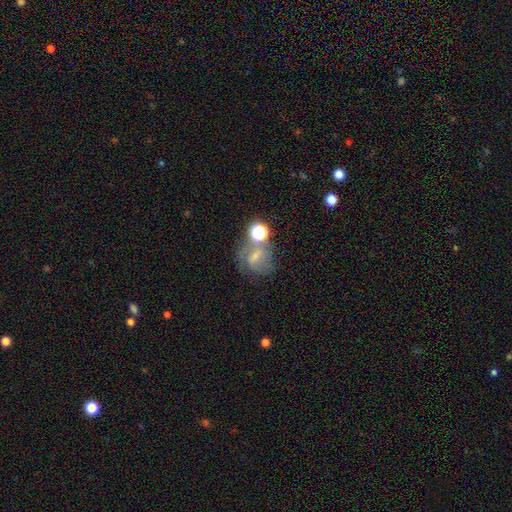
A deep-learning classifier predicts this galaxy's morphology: smooth-or-featured: smooth: 43% | featured or disk: 37% | star or artifact: 20%
  merging: none: 43% | merger: 24% | minor disturbance: 18% | major disturbance: 16%